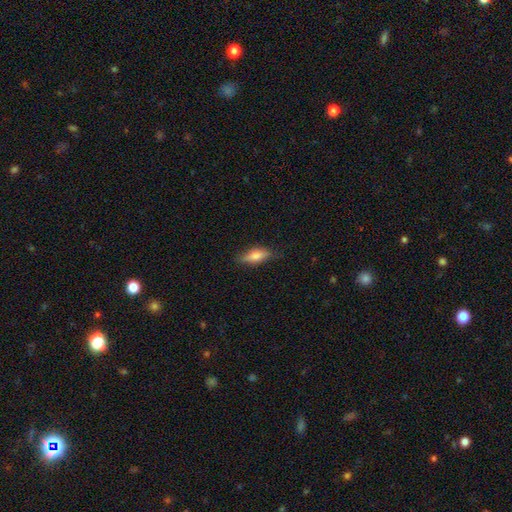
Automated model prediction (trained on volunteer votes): Overall: smooth (69%). How rounded: in between (59%; cigar-shaped 38%). Merging: none (80%).